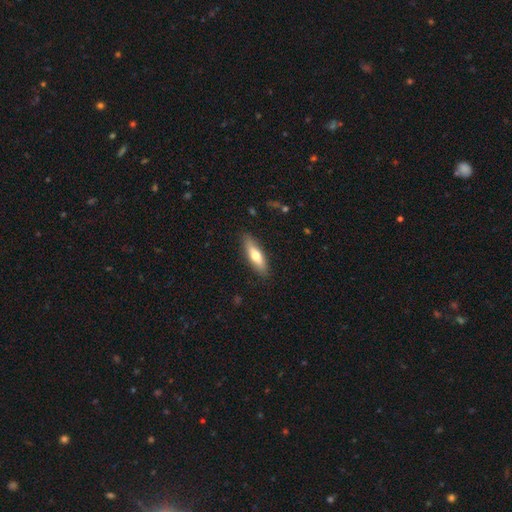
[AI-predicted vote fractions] Morphology: type=smooth (61%); roundness=cigar-shaped (58%); merging=none (86%).